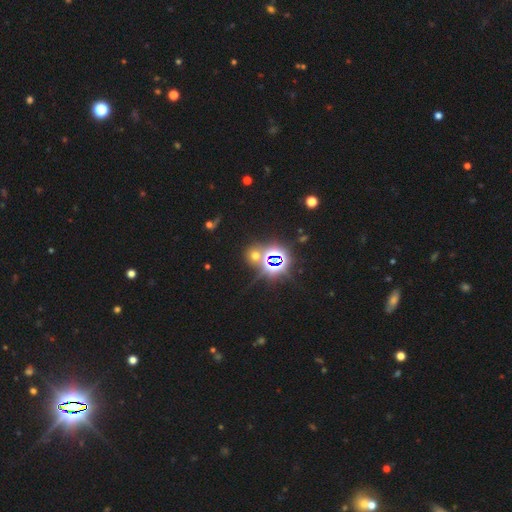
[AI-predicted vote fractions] Morphology: type=star or artifact (59%).